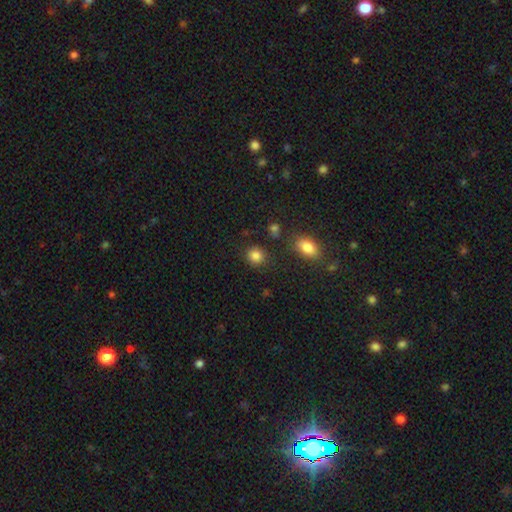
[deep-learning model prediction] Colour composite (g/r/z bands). It shows a smooth galaxy with no disk features (85%) that is round (81%). Merging: none (85%).